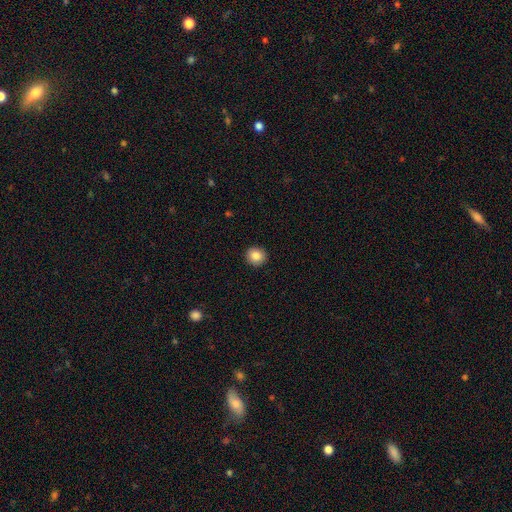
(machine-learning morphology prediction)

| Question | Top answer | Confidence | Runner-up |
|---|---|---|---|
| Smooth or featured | smooth | 86% | star or artifact (9%) |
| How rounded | round | 90% | in between (9%) |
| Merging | none | 93% | minor disturbance (5%) |